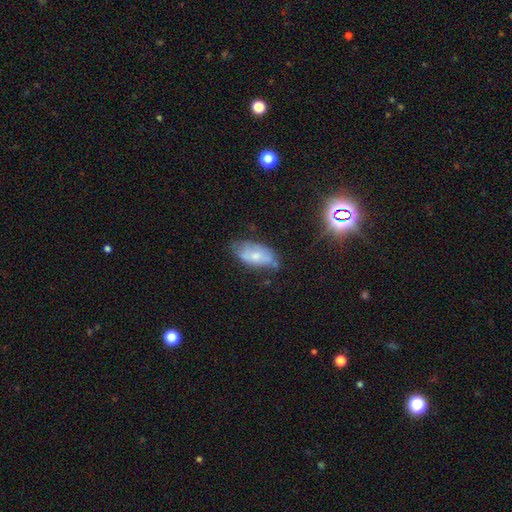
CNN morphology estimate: smooth-or-featured: smooth: 60% | featured or disk: 31% | star or artifact: 9%
  how-rounded: in between: 91% | cigar-shaped: 7% | round: 3%
  merging: none: 53% | minor disturbance: 34% | major disturbance: 10% | merger: 4%